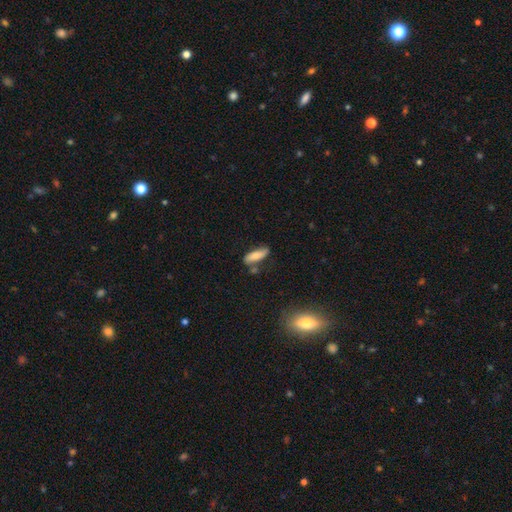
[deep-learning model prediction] A smooth galaxy with no disk features (68%) that is in between round and cigar-shaped (57%).

Vote fractions:
- Smooth or featured? smooth: 68% / featured or disk: 25% / star or artifact: 7%
- How rounded? in between: 57% / cigar-shaped: 40% / round: 3%
- Merging? none: 66% / minor disturbance: 20% / merger: 9% / major disturbance: 5%